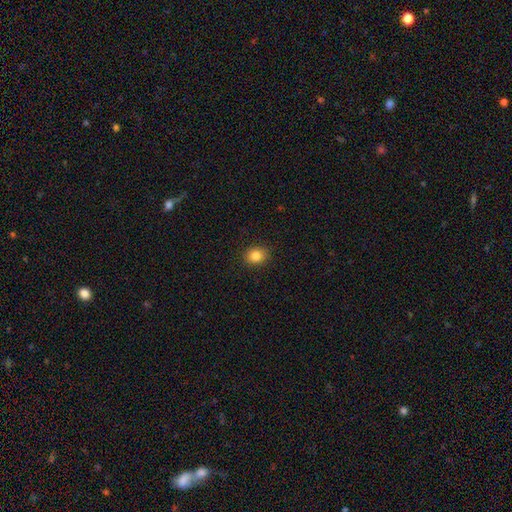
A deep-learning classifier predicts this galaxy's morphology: smooth 84%, star or artifact 11%, featured or disk 5%. Down the decision tree: how rounded — round (65%); merging — none (90%).